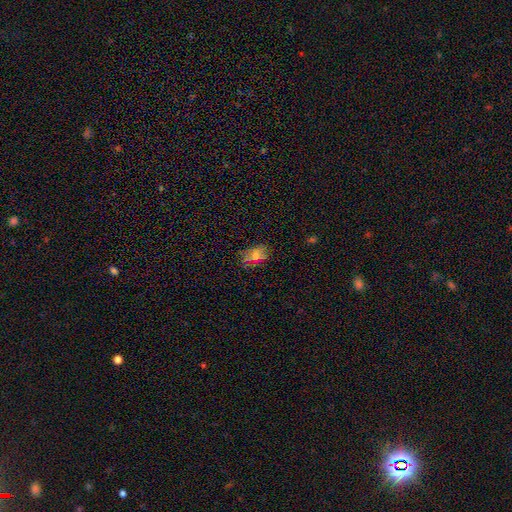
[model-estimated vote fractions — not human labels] Q: Smooth or featured?
A: smooth (57%); runner-up: star or artifact (26%)
Q: How rounded?
A: in between (81%); runner-up: round (16%)
Q: Merging?
A: none (78%); runner-up: minor disturbance (16%)